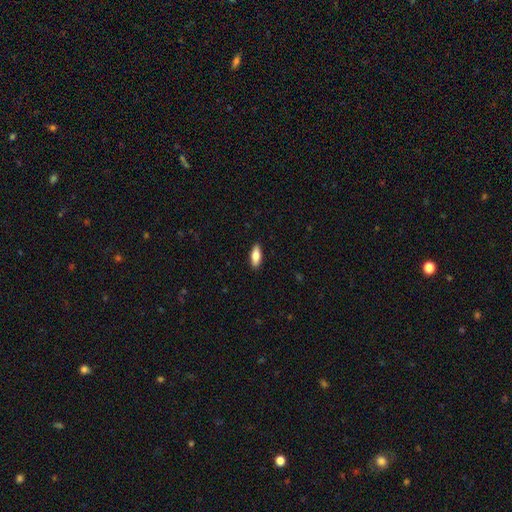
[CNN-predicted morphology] A smooth galaxy with no disk features (77%) that is in between round and cigar-shaped (72%).

Vote fractions:
- Smooth or featured? smooth: 77% / featured or disk: 16% / star or artifact: 6%
- How rounded? in between: 72% / cigar-shaped: 25% / round: 2%
- Merging? none: 90% / minor disturbance: 8% / major disturbance: 2% / merger: 1%